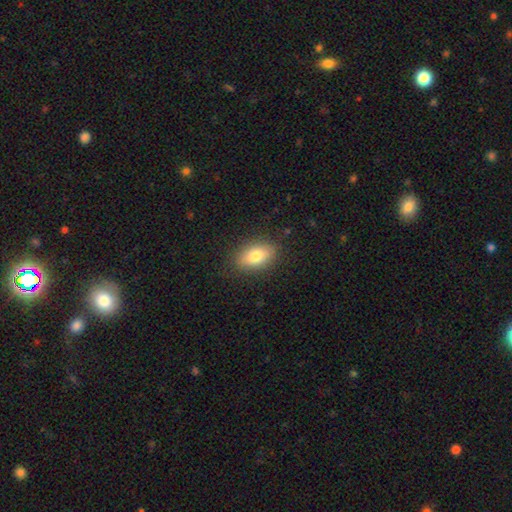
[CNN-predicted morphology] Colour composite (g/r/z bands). It shows a smooth galaxy with no disk features (79%) that is in between round and cigar-shaped (87%). Merging: none (86%).